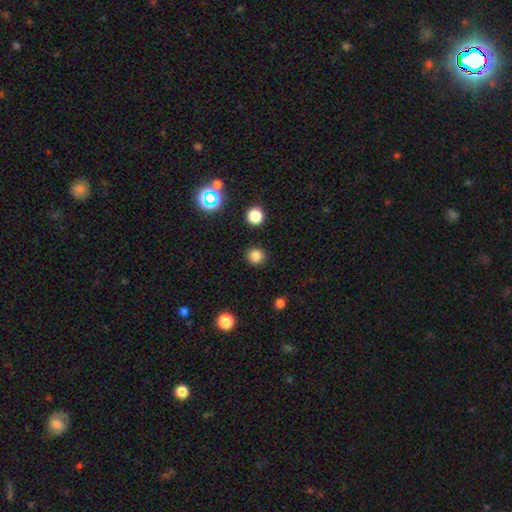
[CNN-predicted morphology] Q: Smooth or featured?
A: smooth (81%); runner-up: star or artifact (15%)
Q: How rounded?
A: round (91%); runner-up: in between (8%)
Q: Merging?
A: none (89%); runner-up: minor disturbance (7%)